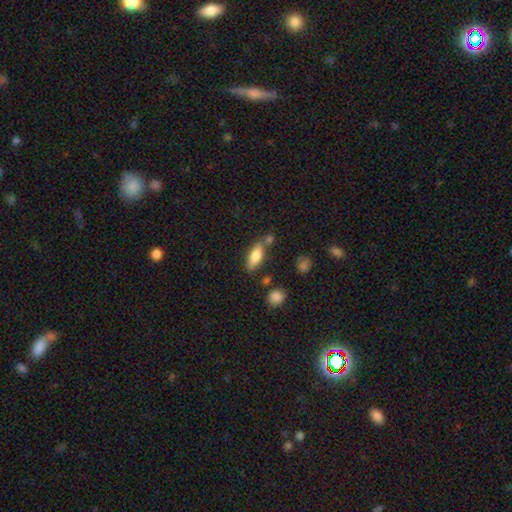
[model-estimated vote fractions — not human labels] Overall: smooth (76%). How rounded: in between (68%; cigar-shaped 29%). Merging: none (61%).